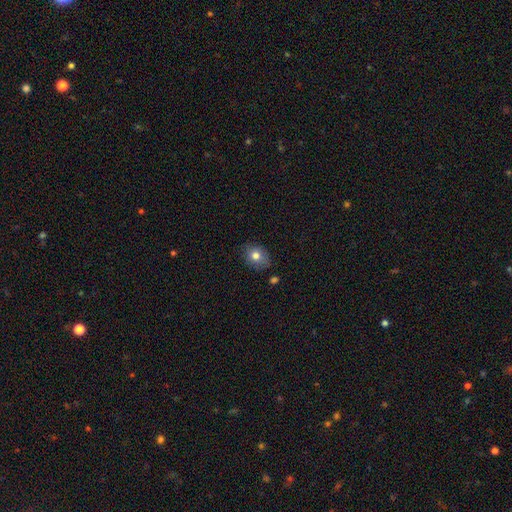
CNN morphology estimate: Overall: smooth (78%). How rounded: round (50%; in between 49%). Merging: none (77%).